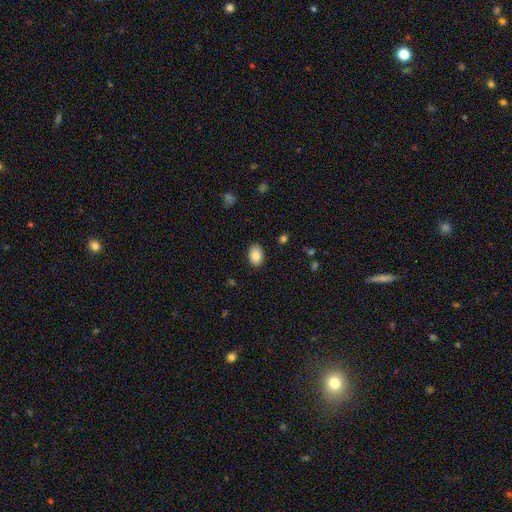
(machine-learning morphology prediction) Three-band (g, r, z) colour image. It shows a smooth galaxy with no disk features (87%) that is in between round and cigar-shaped (82%). Merging: none (87%).